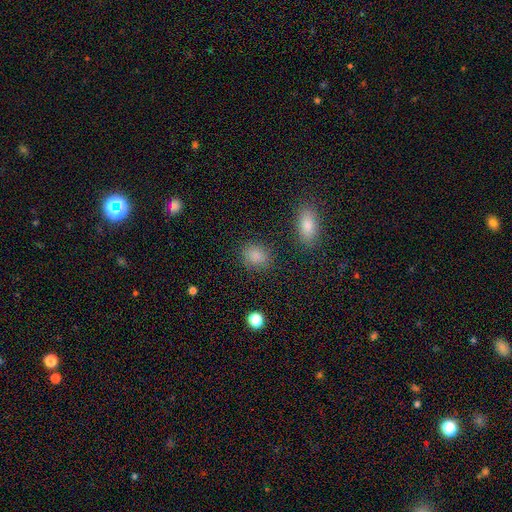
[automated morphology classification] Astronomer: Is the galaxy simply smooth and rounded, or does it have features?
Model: smooth — 86%.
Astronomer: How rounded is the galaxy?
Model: round — 58% (runner-up: in between, 40%).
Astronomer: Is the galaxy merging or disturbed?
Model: none — 85%.